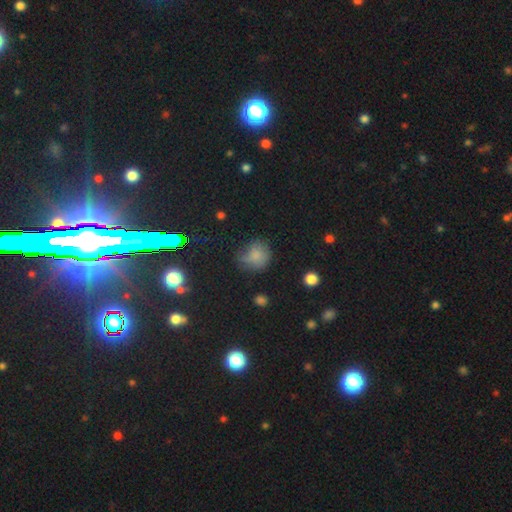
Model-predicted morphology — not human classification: smooth 68%, star or artifact 16%, featured or disk 15%. Down the decision tree: how rounded — round (78%); merging — none (46%).